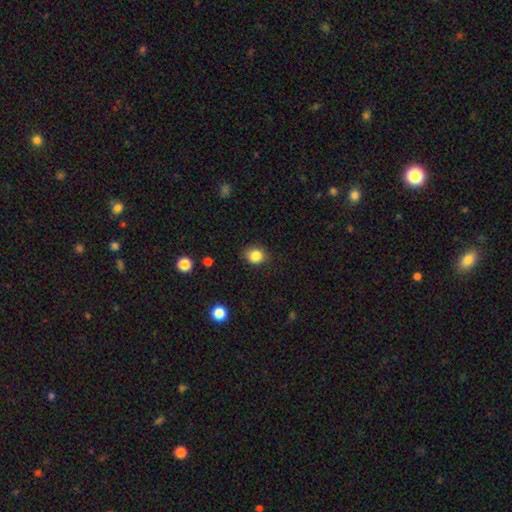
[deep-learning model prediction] This is clearly a smooth galaxy (85%). How rounded: likely round (75%). Merging: clearly none (84%).